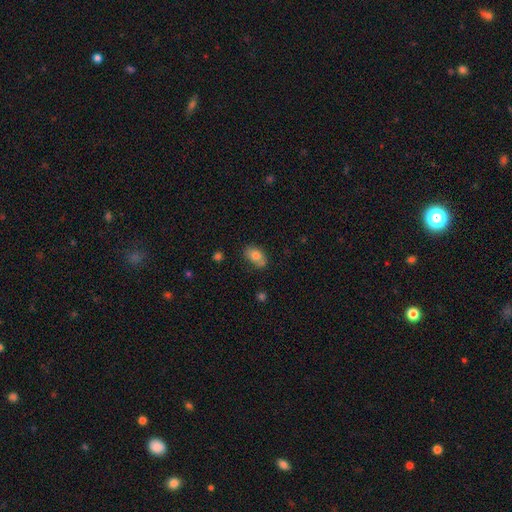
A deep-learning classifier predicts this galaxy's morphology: The model was most divided on "merging": none: 65%, minor disturbance: 24%, merger: 6%, major disturbance: 5%. More confident: how rounded — in between (87%); smooth or featured — smooth (79%).